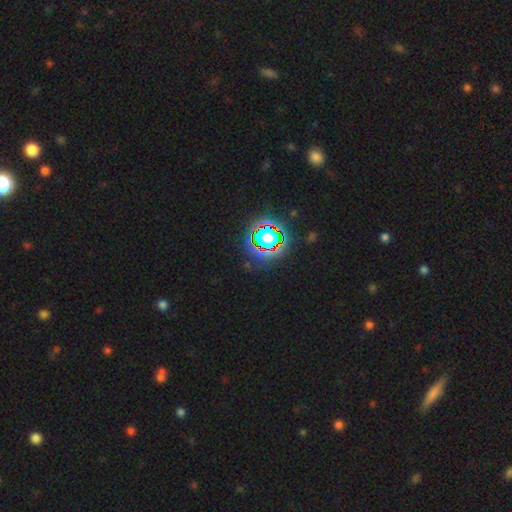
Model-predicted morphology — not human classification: smooth-or-featured: star or artifact: 79% | smooth: 13% | featured or disk: 8%